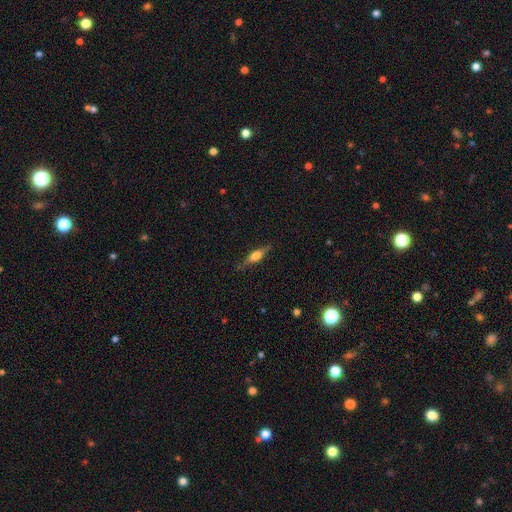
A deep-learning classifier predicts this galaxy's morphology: Smooth or featured? Predicted: featured or disk (p=0.58). Edge-on disk? Predicted: yes (p=0.95). Edge-on bulge? Predicted: rounded (p=0.85). Merging? Predicted: none (p=0.82).